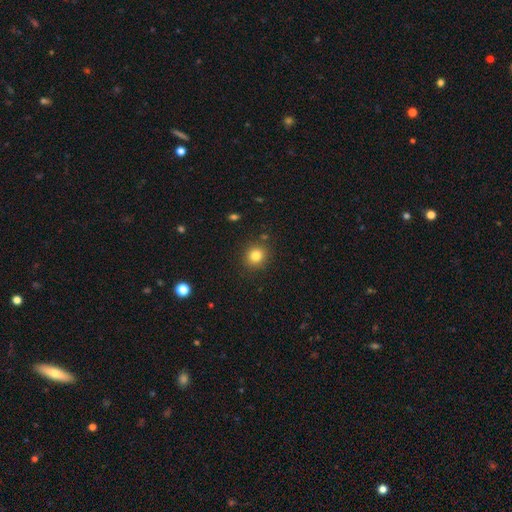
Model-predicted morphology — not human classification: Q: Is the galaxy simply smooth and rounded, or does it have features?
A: smooth — 81%.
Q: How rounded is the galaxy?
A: round — 83%.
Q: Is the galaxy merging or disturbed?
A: none — 87%.